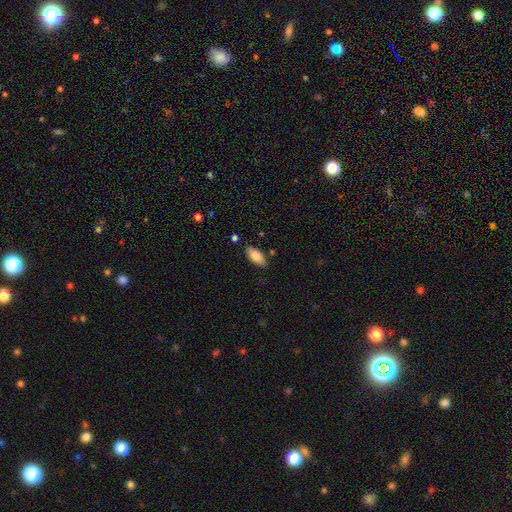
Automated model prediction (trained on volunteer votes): This appears to be a smooth galaxy with no disk features (83%) that is in between round and cigar-shaped (83%). Merging: none (80%).